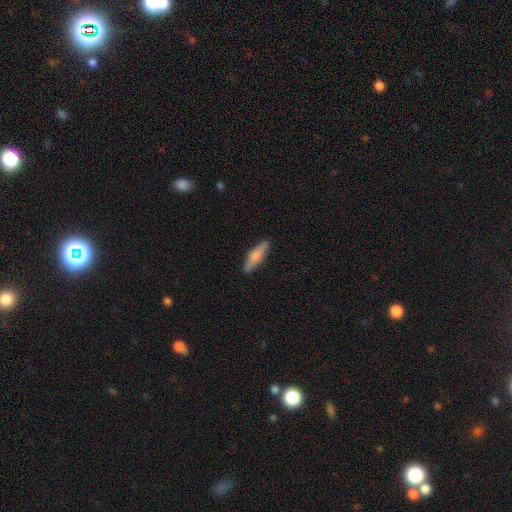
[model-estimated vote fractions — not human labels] Morphology: type=smooth (69%); roundness=cigar-shaped (70%); merging=none (88%).